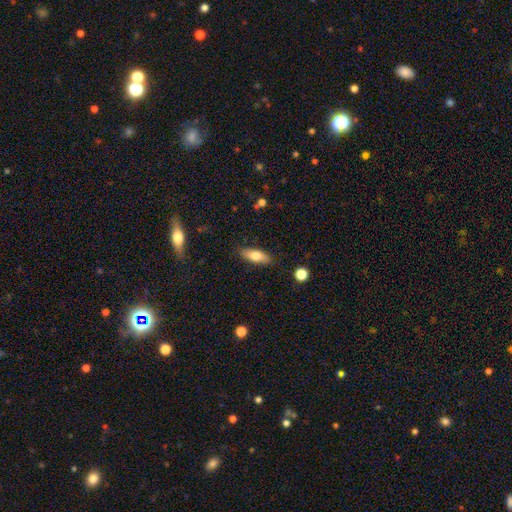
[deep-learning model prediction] Morphology: type=smooth (70%); roundness=in between (66%); merging=none (84%).